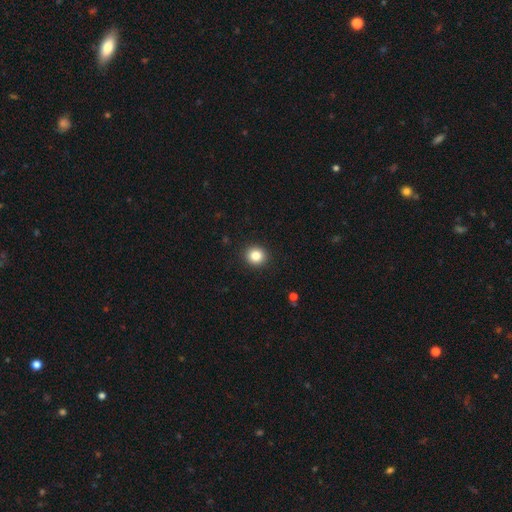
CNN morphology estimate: type=smooth (84%); roundness=round (90%); merging=none (93%).